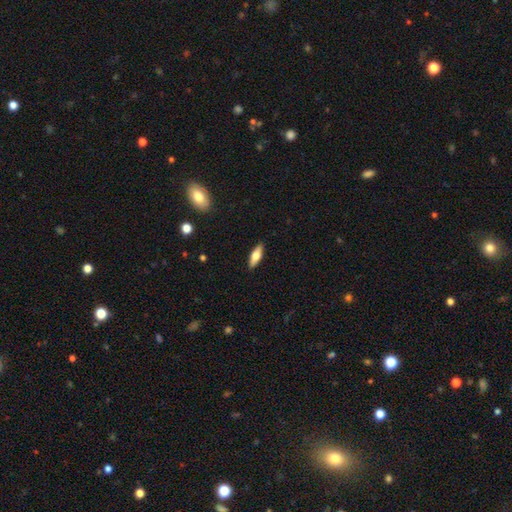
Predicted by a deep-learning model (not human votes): smooth 59%, featured or disk 35%, star or artifact 6%. Down the decision tree: how rounded — in between (54%); merging — none (90%).